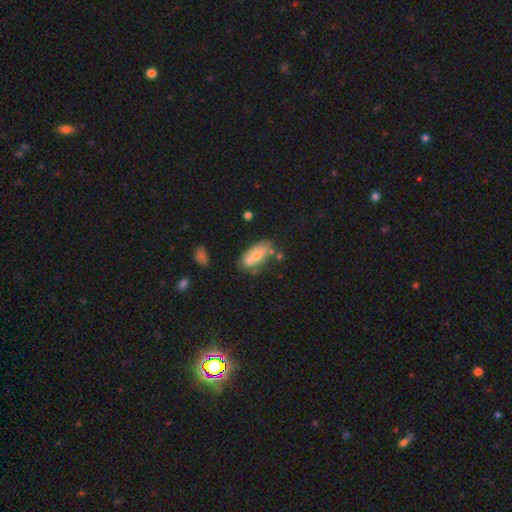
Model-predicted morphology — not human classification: A smooth galaxy with no disk features (63%) that is in between round and cigar-shaped (84%).

Vote fractions:
- Smooth or featured? smooth: 63% / featured or disk: 29% / star or artifact: 7%
- How rounded? in between: 84% / cigar-shaped: 13% / round: 3%
- Merging? none: 49% / minor disturbance: 27% / merger: 13% / major disturbance: 10%